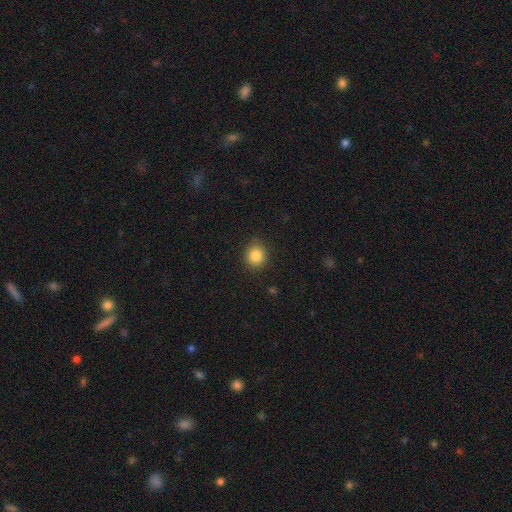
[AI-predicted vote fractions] This is clearly a smooth galaxy (84%). How rounded: clearly round (86%). Merging: clearly none (89%).